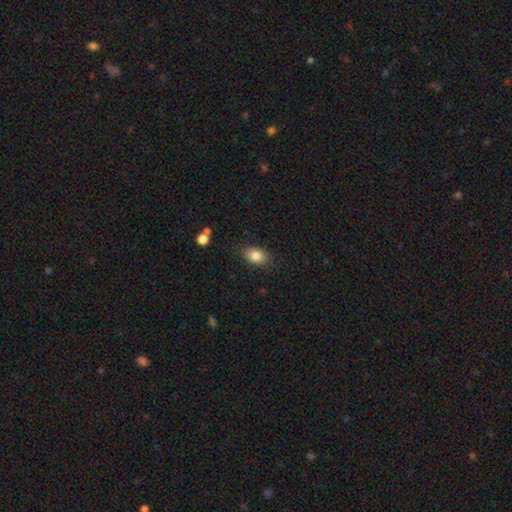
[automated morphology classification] A smooth galaxy with no disk features (85%) that is in between round and cigar-shaped (85%).

Vote fractions:
- Smooth or featured? smooth: 85% / star or artifact: 8% / featured or disk: 7%
- How rounded? in between: 85% / round: 14% / cigar-shaped: 2%
- Merging? none: 83% / minor disturbance: 12% / major disturbance: 3% / merger: 2%